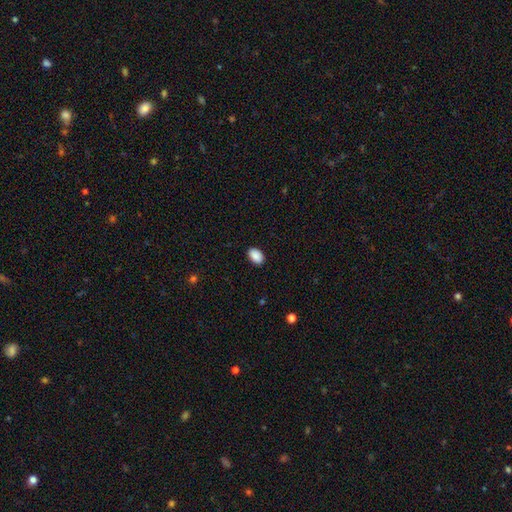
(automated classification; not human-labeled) Smooth or featured: smooth — 90% (star or artifact — 7%)
How rounded: in between — 88% (round — 11%)
Merging: none — 89% (minor disturbance — 8%)